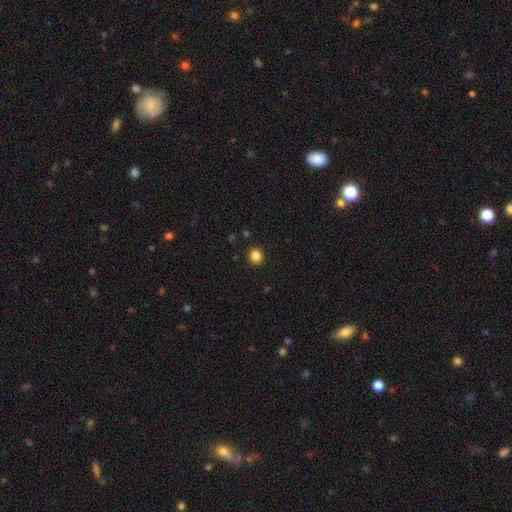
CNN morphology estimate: smooth-or-featured: smooth: 85% | star or artifact: 12% | featured or disk: 4%
  how-rounded: round: 84% | in between: 15% | cigar-shaped: 1%
  merging: none: 92% | minor disturbance: 6% | major disturbance: 2% | merger: 1%